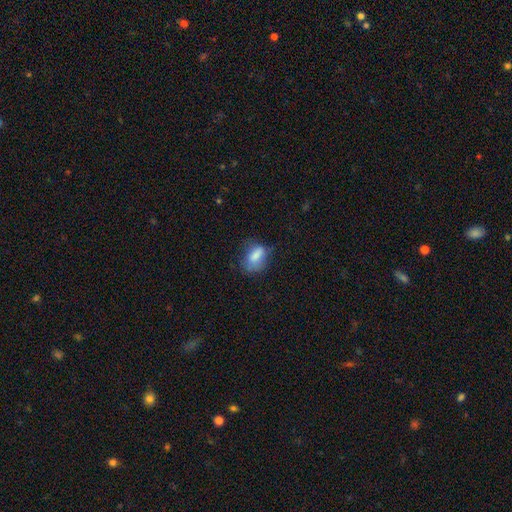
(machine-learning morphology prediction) The model was most divided on "merging": none: 49%, minor disturbance: 31%, major disturbance: 17%, merger: 3%. More confident: how rounded — in between (80%); smooth or featured — smooth (72%).